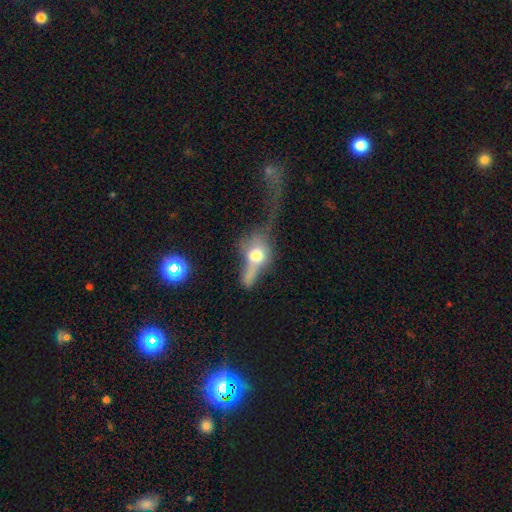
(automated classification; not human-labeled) Smooth or featured: smooth — 55% (featured or disk — 33%)
How rounded: in between — 52% (round — 37%)
Merging: major disturbance — 50% (merger — 19%)